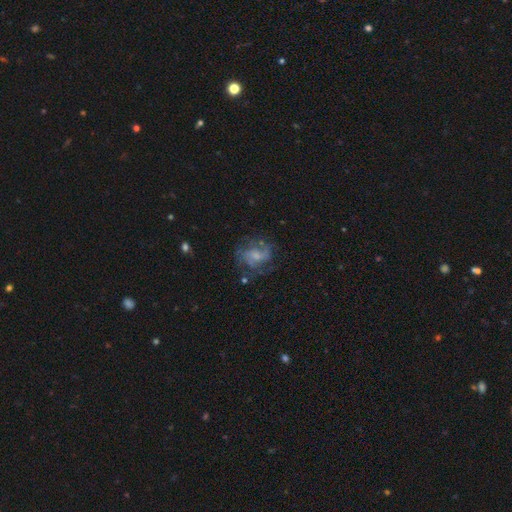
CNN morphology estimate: Smooth or featured?
  - featured or disk: 63% *
  - smooth: 27%
  - star or artifact: 10%
Edge-on disk?
  - no: 97% *
  - yes: 3%
Bar?
  - no: 59% *
  - weak: 34%
  - strong: 7%
Spiral arms?
  - yes: 72% *
  - no: 28%
Bulge size?
  - small: 47% *
  - moderate: 32%
  - none: 15%
  - large: 4%
  - dominant: 1%
Merging?
  - none: 57% *
  - minor disturbance: 21%
  - major disturbance: 20%
  - merger: 3%